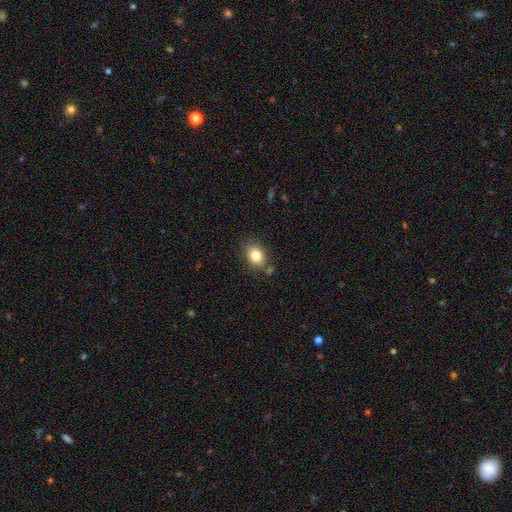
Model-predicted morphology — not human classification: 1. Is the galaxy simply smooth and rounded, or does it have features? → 82% smooth, 9% star or artifact, 8% featured or disk.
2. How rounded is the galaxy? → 62% in between, 37% round, 1% cigar-shaped.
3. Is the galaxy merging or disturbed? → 78% none, 13% minor disturbance, 6% merger, 3% major disturbance.